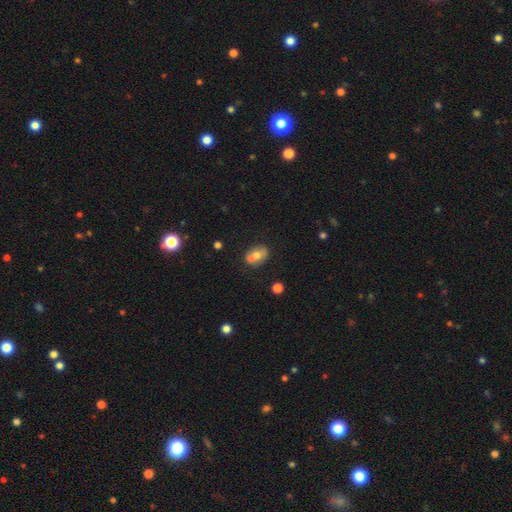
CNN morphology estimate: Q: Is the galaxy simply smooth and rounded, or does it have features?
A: smooth — 63%.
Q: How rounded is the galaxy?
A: in between — 62%.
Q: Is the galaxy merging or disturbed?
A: none — 43%.